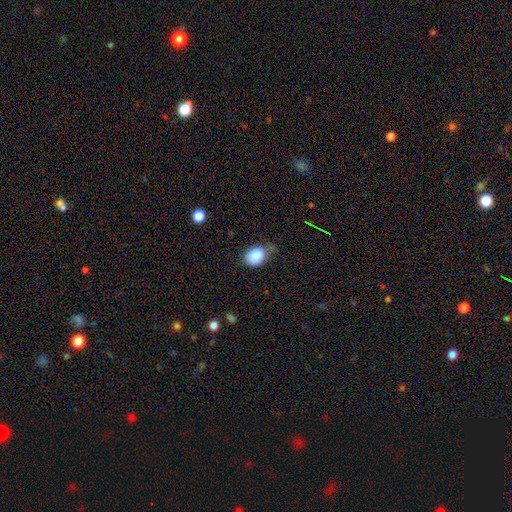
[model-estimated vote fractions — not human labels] This is clearly a smooth galaxy (86%). How rounded: likely in between (64%). Merging: possibly none (52%).